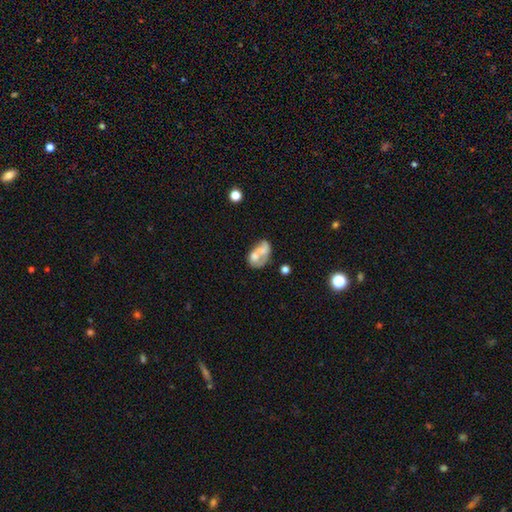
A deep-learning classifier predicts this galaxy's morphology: Smooth or featured?
  - smooth: 51% *
  - featured or disk: 39%
  - star or artifact: 10%
How rounded?
  - in between: 79% *
  - round: 20%
  - cigar-shaped: 2%
Merging?
  - merger: 46% *
  - none: 21%
  - major disturbance: 18%
  - minor disturbance: 15%